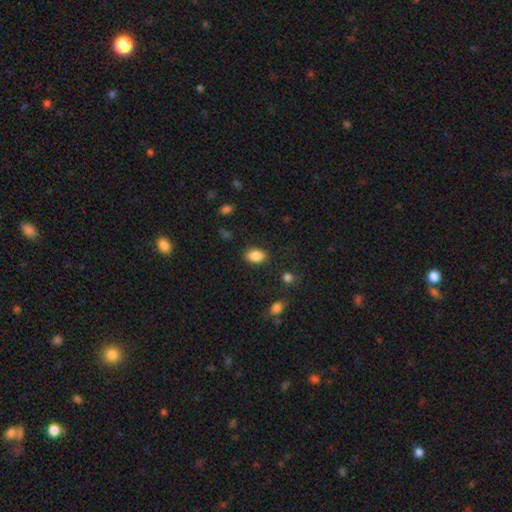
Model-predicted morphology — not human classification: Smooth or featured: smooth — 85% (star or artifact — 8%)
How rounded: in between — 85% (round — 14%)
Merging: none — 85% (minor disturbance — 10%)